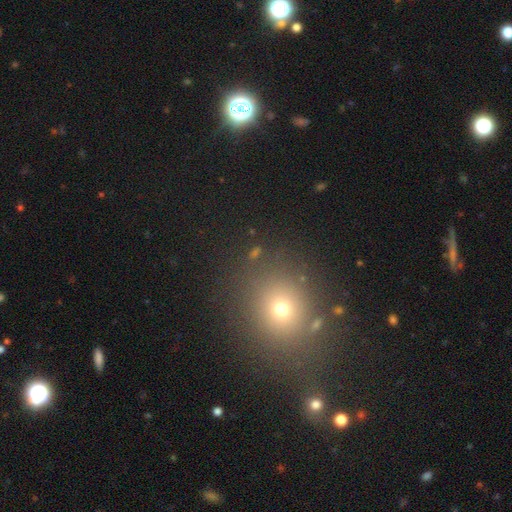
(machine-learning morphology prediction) This appears to be a smooth galaxy with no disk features (60%) that is round (78%). Merging: none (81%).